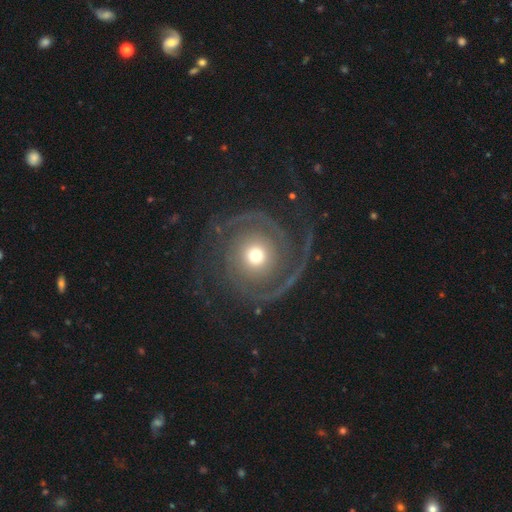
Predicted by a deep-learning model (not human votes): A featured or disk galaxy (79%) with no bar (83%), 2 (60%) tight (45%) spiral arms (88%) and a moderate central bulge (57%).

Vote fractions:
- Smooth or featured? featured or disk: 79% / smooth: 14% / star or artifact: 7%
- Edge-on disk? no: 97% / yes: 3%
- Bar? no: 83% / weak: 12% / strong: 5%
- Spiral arms? yes: 88% / no: 12%
- Spiral winding? tight: 45% / medium: 33% / loose: 21%
- Spiral arm count? 2: 60% / can't tell: 13% / 1: 9% / 3: 8% / 4: 5% / more than 4: 5%
- Bulge size? moderate: 57% / small: 30% / large: 10% / dominant: 2% / none: 1%
- Merging? none: 67% / major disturbance: 19% / minor disturbance: 12% / merger: 2%